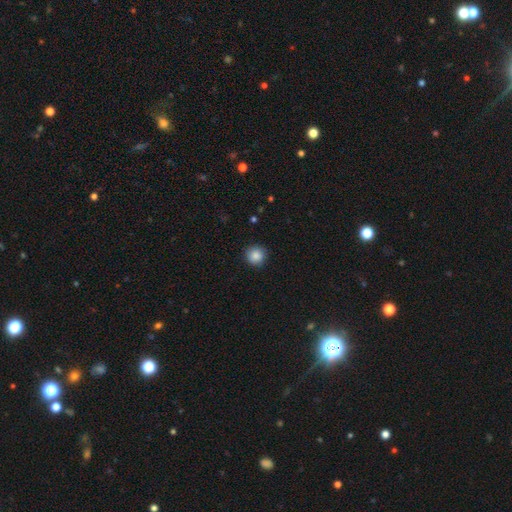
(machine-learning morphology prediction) Smooth or featured?
  - smooth: 87% *
  - star or artifact: 9%
  - featured or disk: 4%
How rounded?
  - round: 94% *
  - in between: 5%
  - cigar-shaped: 1%
Merging?
  - none: 89% *
  - minor disturbance: 8%
  - major disturbance: 2%
  - merger: 1%